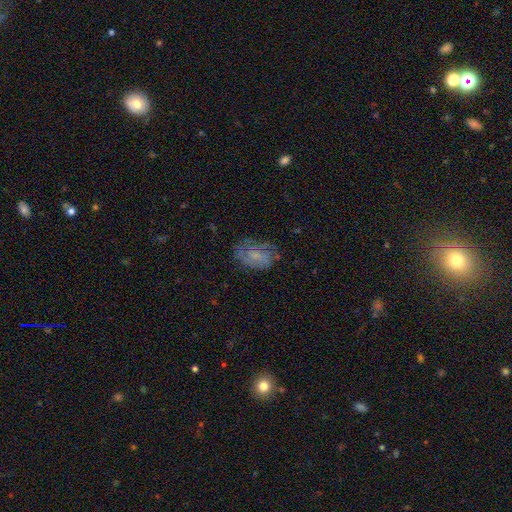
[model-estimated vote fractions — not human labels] The model was most divided on "smooth or featured": featured or disk: 50%, smooth: 41%, star or artifact: 9%. More confident: merging — none (60%).